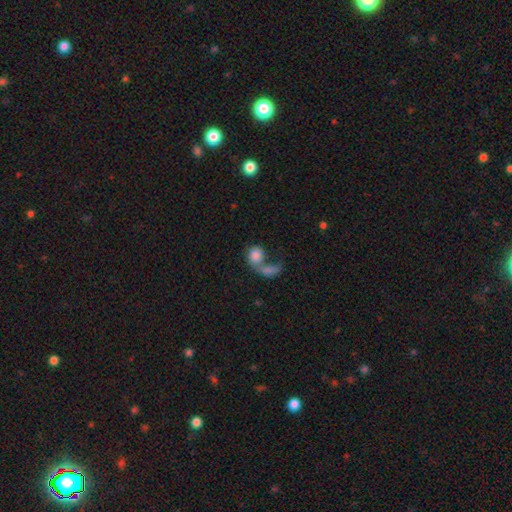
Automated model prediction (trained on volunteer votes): A smooth galaxy with no disk features (76%) that is round (54%). Merging: merger (61%).